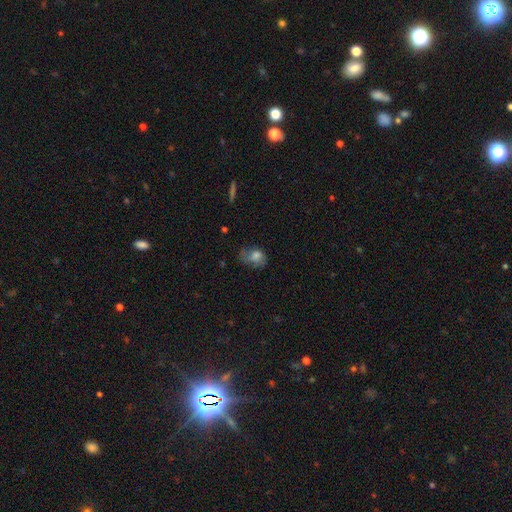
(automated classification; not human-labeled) Morphology: type=smooth (69%); roundness=in between (71%); merging=none (38%).